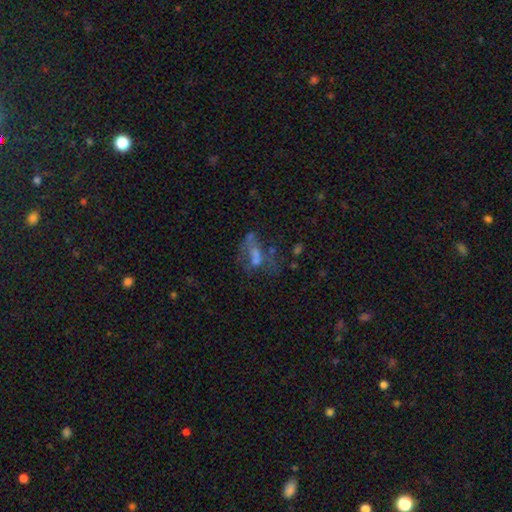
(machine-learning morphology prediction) Smooth or featured?
  - featured or disk: 46% *
  - smooth: 29%
  - star or artifact: 25%
Merging?
  - none: 37% *
  - major disturbance: 31%
  - merger: 17%
  - minor disturbance: 16%